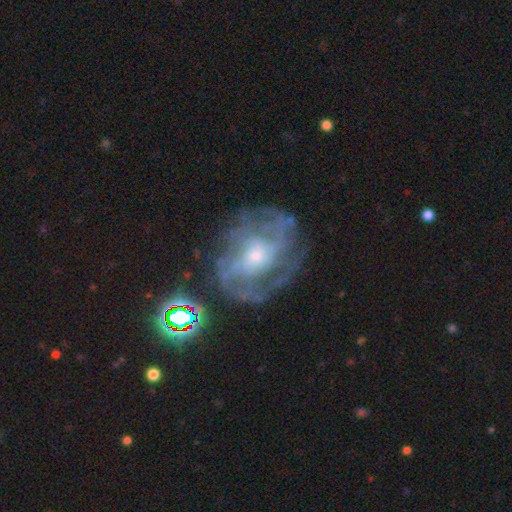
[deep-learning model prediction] Smooth or featured? featured or disk (80%)
Edge-on disk? no (97%)
Bar? no (66%)
Spiral arms? yes (88%)
Spiral winding? tight (51%)
Spiral arm count? can't tell (41%)
Bulge size? small (64%)
Merging? none (70%)